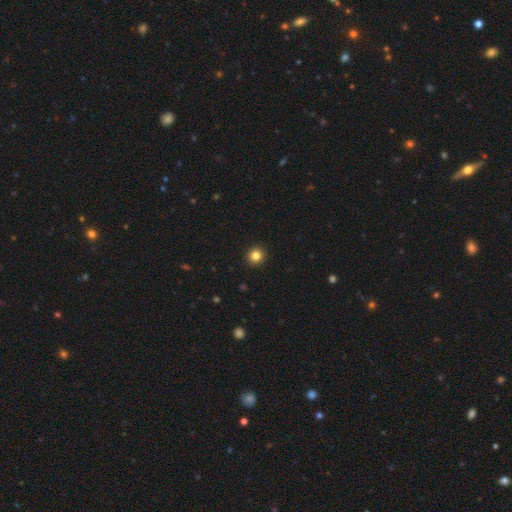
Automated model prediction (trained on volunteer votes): Smooth or featured: smooth — 84% (star or artifact — 12%)
How rounded: round — 90% (in between — 9%)
Merging: none — 93% (minor disturbance — 5%)